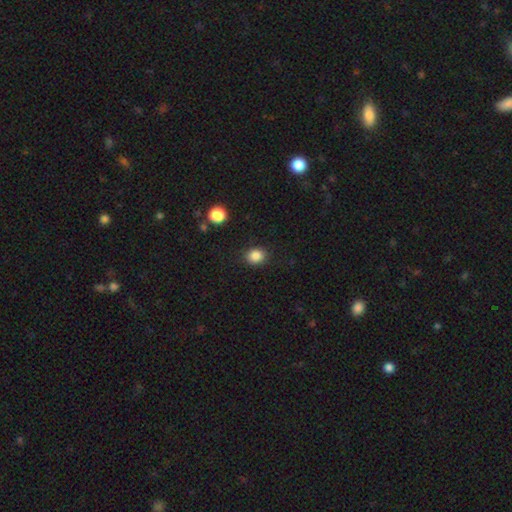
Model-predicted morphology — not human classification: smooth_or_featured: smooth (p=0.86) [alt: star or artifact p=0.10]
how_rounded: round (p=0.65) [alt: in between p=0.34]
merging: none (p=0.86) [alt: minor disturbance p=0.09]